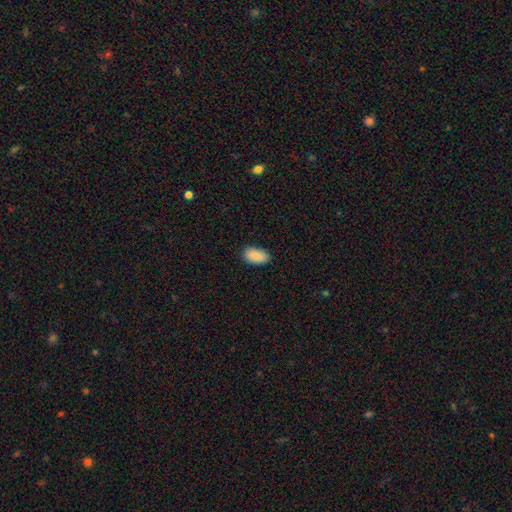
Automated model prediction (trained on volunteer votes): Morphology: type=smooth (89%); roundness=in between (94%); merging=none (85%).